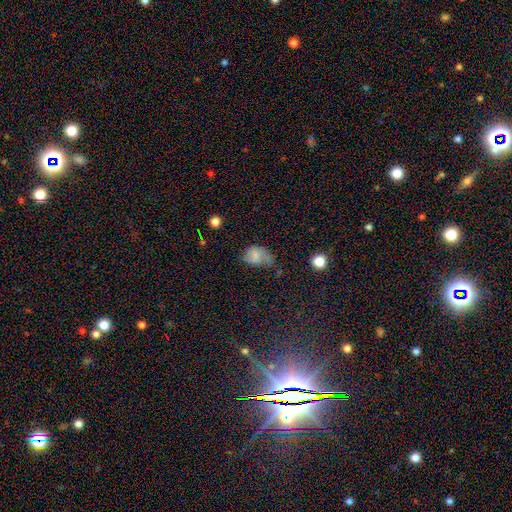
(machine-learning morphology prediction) smooth_or_featured: smooth (p=0.62) [alt: featured or disk p=0.26]
how_rounded: in between (p=0.76) [alt: round p=0.22]
merging: minor disturbance (p=0.37) [alt: none p=0.31]